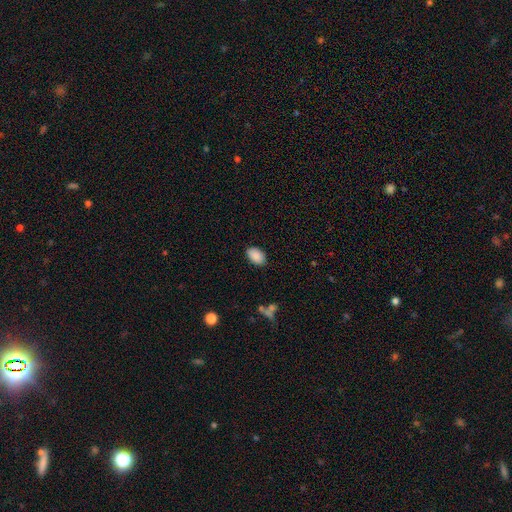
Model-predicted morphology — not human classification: A smooth galaxy with no disk features (89%) that is in between round and cigar-shaped (91%). Merging: none (86%).